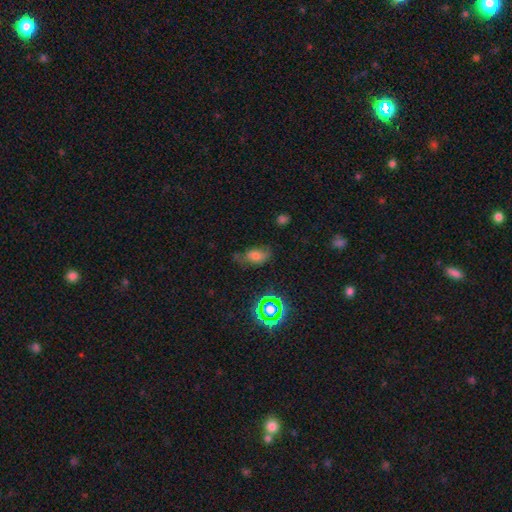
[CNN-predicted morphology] Q: Smooth or featured?
A: smooth (62%); runner-up: star or artifact (21%)
Q: How rounded?
A: in between (86%); runner-up: round (10%)
Q: Merging?
A: none (50%); runner-up: minor disturbance (32%)